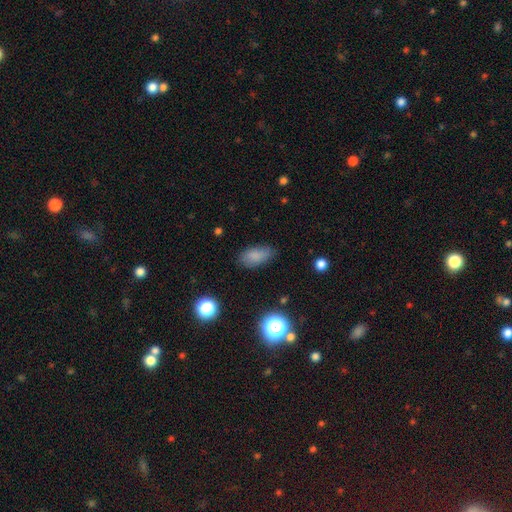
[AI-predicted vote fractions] A smooth galaxy with no disk features (82%) that is in between round and cigar-shaped (89%). Merging: none (76%).